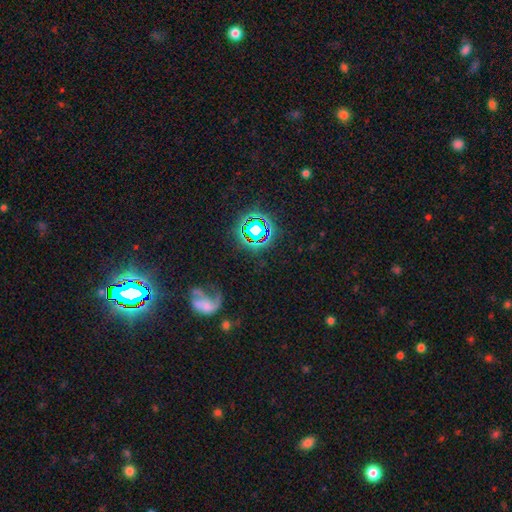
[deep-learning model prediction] star or artifact 71%, smooth 15%, featured or disk 13%.